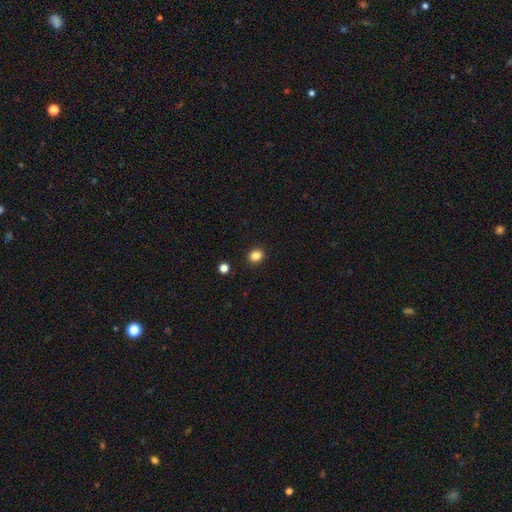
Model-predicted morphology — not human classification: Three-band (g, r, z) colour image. It shows a smooth galaxy with no disk features (85%) that is round (67%). Merging: none (90%).